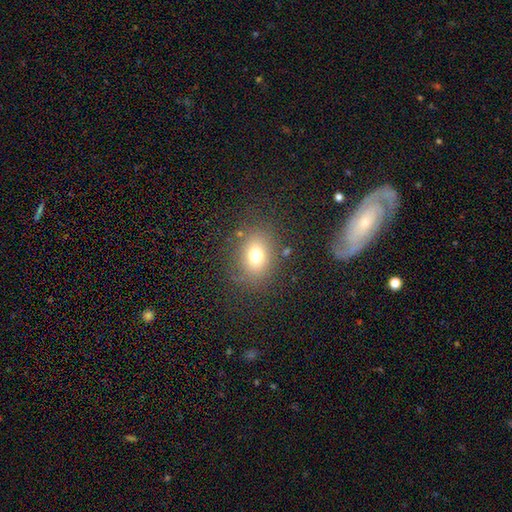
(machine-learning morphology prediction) This is likely a smooth galaxy (71%). How rounded: possibly in between (52%). Merging: likely none (80%).